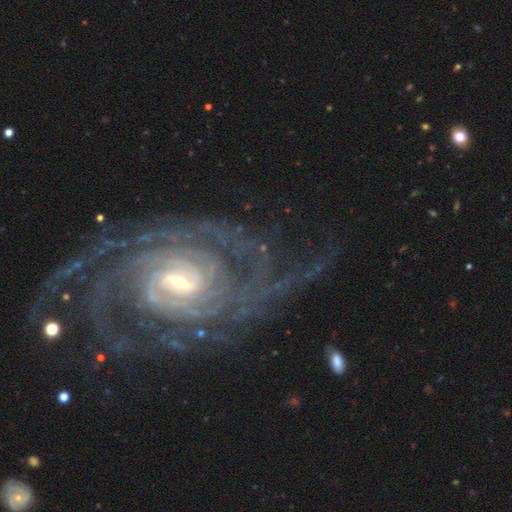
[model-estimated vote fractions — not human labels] This appears to be a featured or disk galaxy (92%) with a weak bar (45%), 2 (23%) tight (69%) spiral arms (98%) and a moderate central bulge (50%). Merging: none (71%).